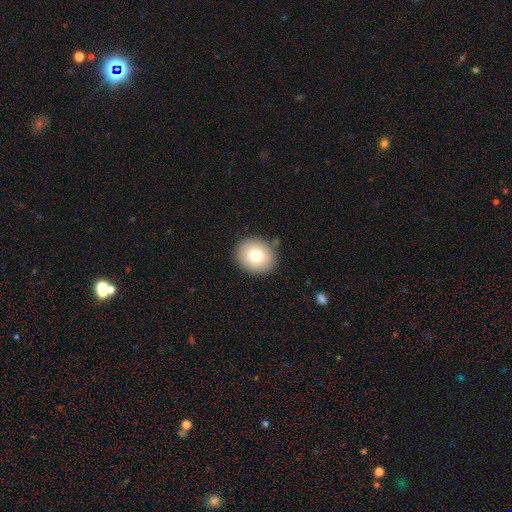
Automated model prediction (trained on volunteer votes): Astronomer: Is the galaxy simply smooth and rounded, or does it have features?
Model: smooth — 77%.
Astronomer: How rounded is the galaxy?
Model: round — 71%.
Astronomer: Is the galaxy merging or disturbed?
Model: none — 87%.